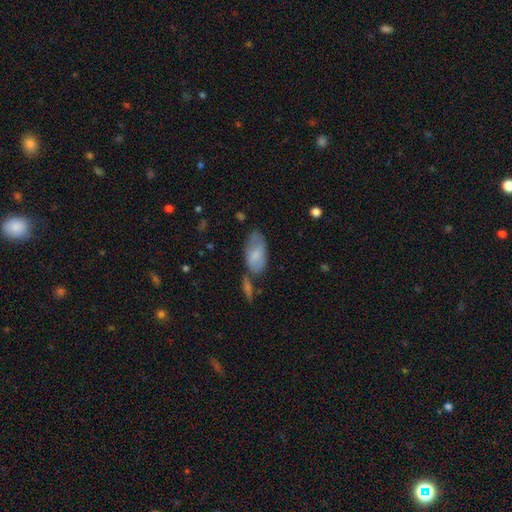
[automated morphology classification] Smooth or featured? smooth (72%)
How rounded? in between (91%)
Merging? none (51%)